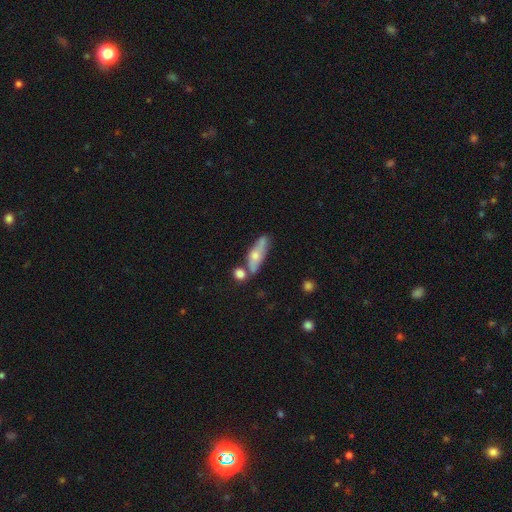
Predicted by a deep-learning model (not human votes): The model was most divided on "how rounded": cigar-shaped: 50%, in between: 46%, round: 4%. More confident: smooth or featured — smooth (53%); merging — none (51%).